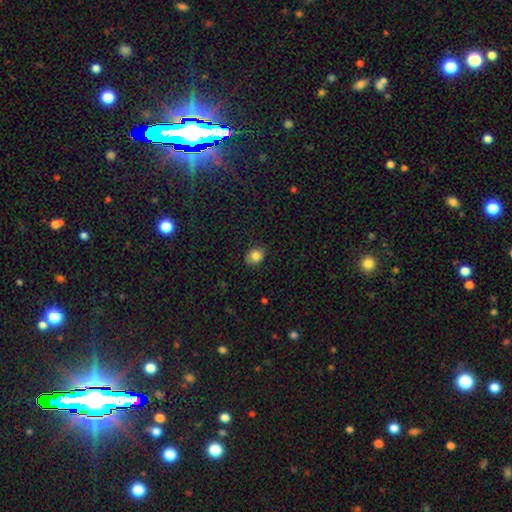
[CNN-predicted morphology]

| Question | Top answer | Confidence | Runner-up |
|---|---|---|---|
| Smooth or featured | smooth | 83% | star or artifact (10%) |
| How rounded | round | 55% | in between (44%) |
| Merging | none | 85% | minor disturbance (12%) |